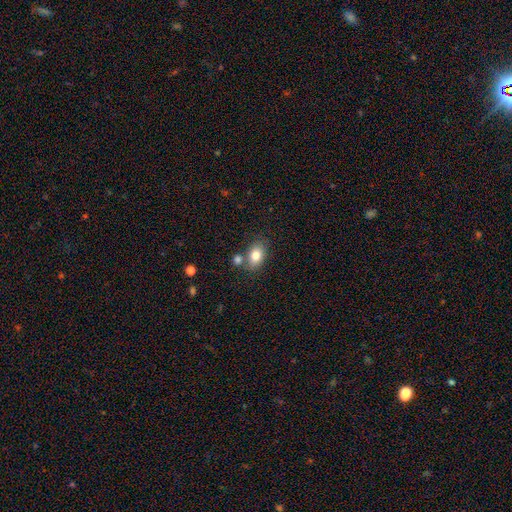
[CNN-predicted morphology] This is clearly a smooth galaxy (81%). How rounded: clearly in between (84%). Merging: likely none (65%).